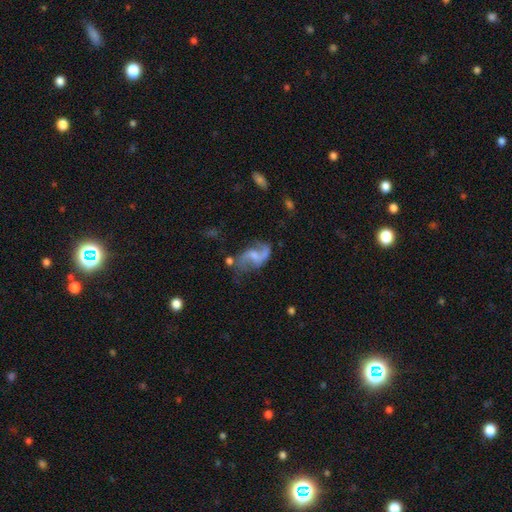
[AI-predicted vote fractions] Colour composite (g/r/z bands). It shows a featured or disk galaxy (79%) with a weak bar (46%), 2 (89%) loose (75%) spiral arms (91%) and a small central bulge (42%). Merging: none (51%).